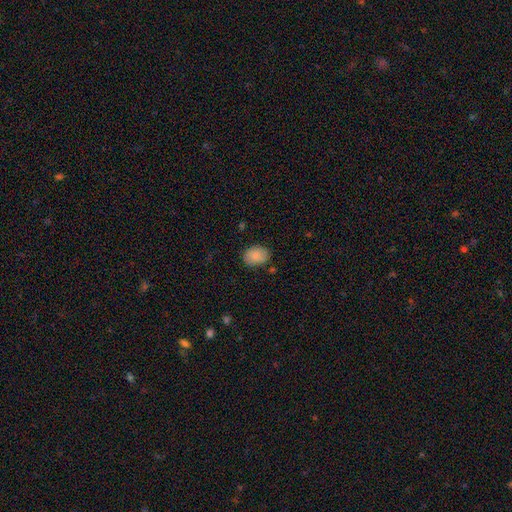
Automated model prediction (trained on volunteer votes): Overall: smooth (88%). How rounded: in between (69%; round 30%). Merging: none (82%).